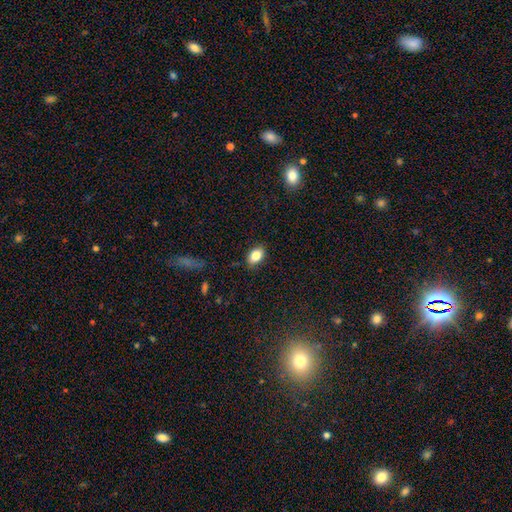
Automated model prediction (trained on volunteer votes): Smooth or featured? smooth (84%)
How rounded? in between (84%)
Merging? none (86%)